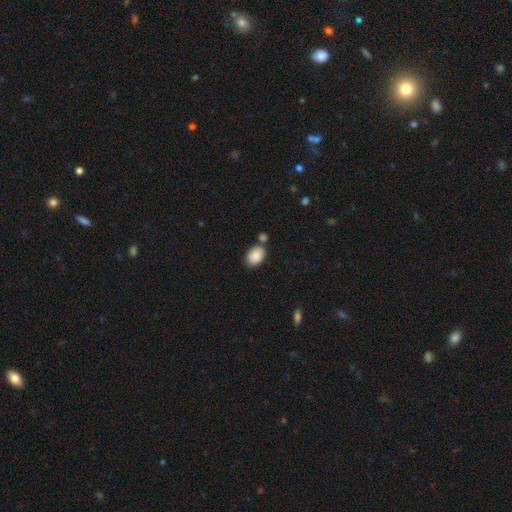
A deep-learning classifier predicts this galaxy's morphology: Smooth or featured?
  - smooth: 88% *
  - star or artifact: 7%
  - featured or disk: 5%
How rounded?
  - in between: 81% *
  - round: 18%
  - cigar-shaped: 1%
Merging?
  - none: 66% *
  - merger: 16%
  - minor disturbance: 15%
  - major disturbance: 4%